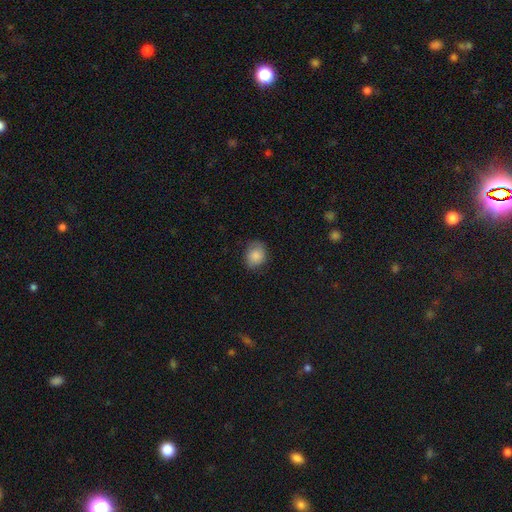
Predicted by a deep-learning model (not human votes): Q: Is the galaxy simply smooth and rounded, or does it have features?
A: smooth — 85%.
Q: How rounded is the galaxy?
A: round — 58%.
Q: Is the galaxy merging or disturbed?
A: none — 74%.